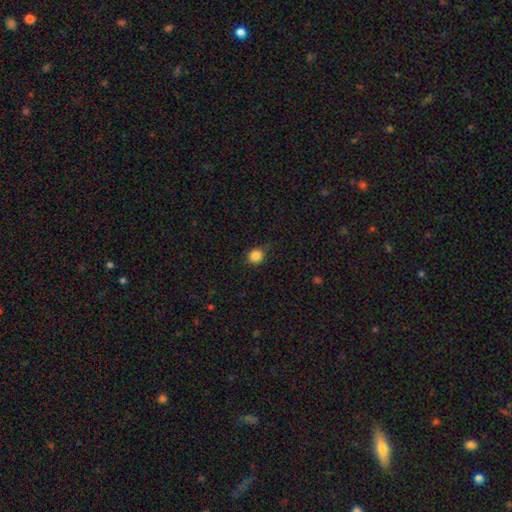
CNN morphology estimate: This appears to be a smooth galaxy with no disk features (85%) that is round (82%). Merging: none (81%).